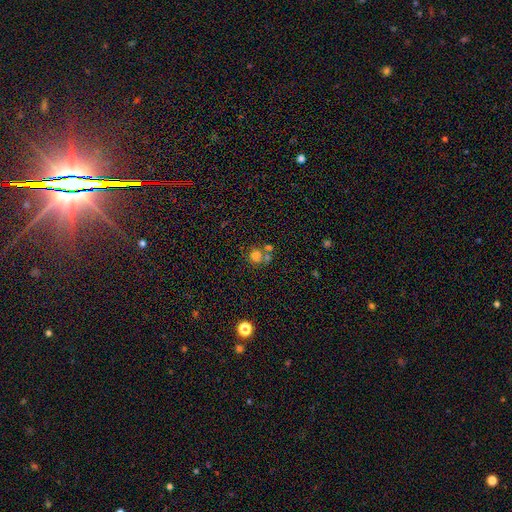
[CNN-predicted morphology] type=smooth (69%); roundness=round (83%); merging=none (46%).